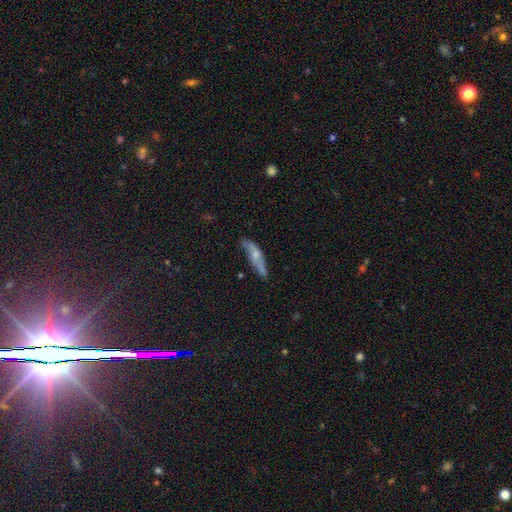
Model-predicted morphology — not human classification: Smooth or featured? smooth (48%)
Merging? none (59%)